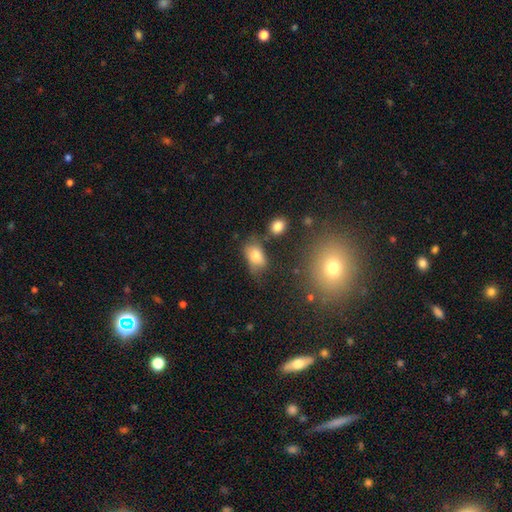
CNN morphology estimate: Smooth or featured? smooth (78%)
How rounded? in between (85%)
Merging? none (49%)